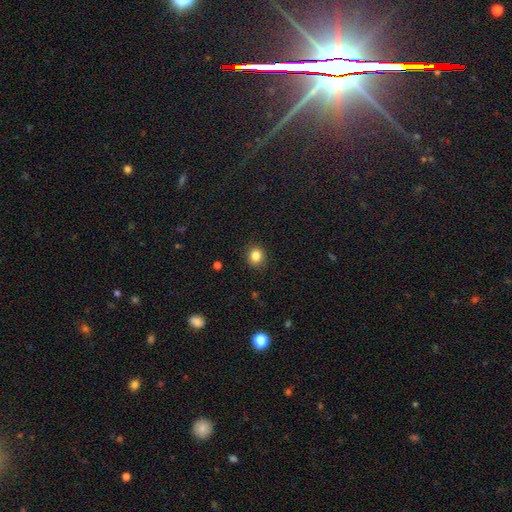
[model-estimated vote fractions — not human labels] smooth-or-featured: smooth: 84% | star or artifact: 11% | featured or disk: 5%
  how-rounded: round: 84% | in between: 15% | cigar-shaped: 1%
  merging: none: 90% | minor disturbance: 7% | major disturbance: 2% | merger: 1%